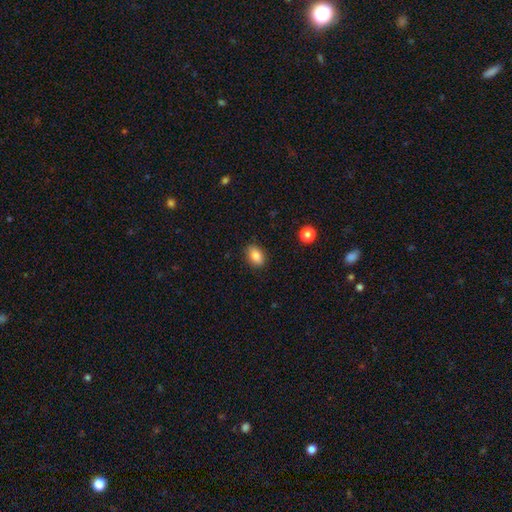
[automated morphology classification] smooth_or_featured: smooth (p=0.86) [alt: star or artifact p=0.09]
how_rounded: in between (p=0.81) [alt: round p=0.18]
merging: none (p=0.86) [alt: minor disturbance p=0.10]